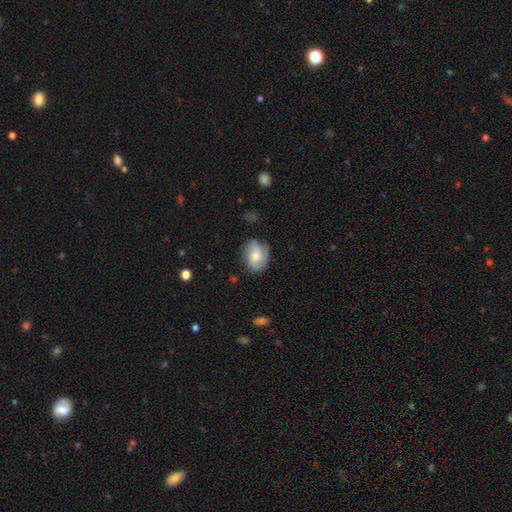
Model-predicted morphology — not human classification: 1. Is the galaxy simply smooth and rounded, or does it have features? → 47% smooth, 45% featured or disk, 8% star or artifact.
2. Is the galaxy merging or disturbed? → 65% none, 24% minor disturbance, 9% major disturbance, 2% merger.